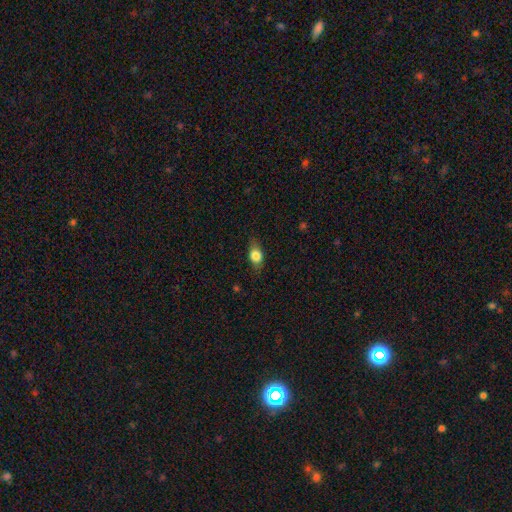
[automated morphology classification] smooth-or-featured: smooth: 76% | featured or disk: 16% | star or artifact: 8%
  how-rounded: in between: 72% | round: 20% | cigar-shaped: 8%
  merging: none: 78% | minor disturbance: 17% | major disturbance: 4% | merger: 1%